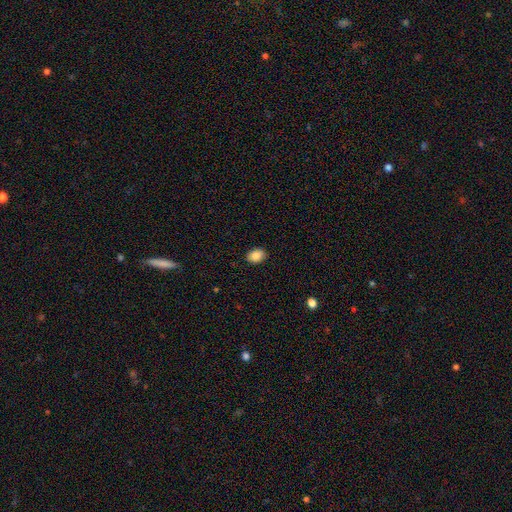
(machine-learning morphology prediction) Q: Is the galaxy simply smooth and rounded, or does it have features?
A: smooth — 86%.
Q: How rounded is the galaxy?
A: in between — 72%.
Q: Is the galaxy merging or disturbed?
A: none — 89%.